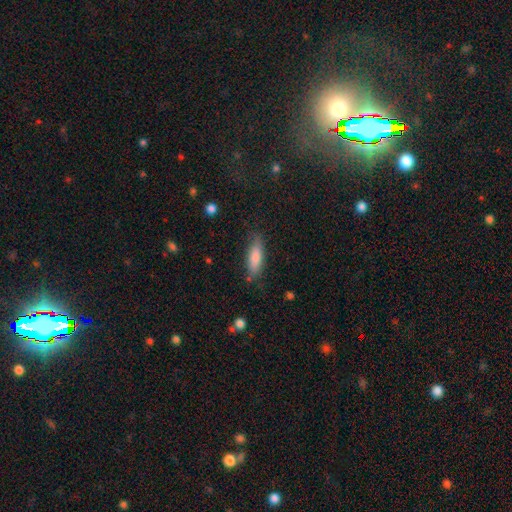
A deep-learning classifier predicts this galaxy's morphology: smooth-or-featured: smooth: 79% | featured or disk: 14% | star or artifact: 7%
  how-rounded: cigar-shaped: 50% | in between: 48% | round: 2%
  merging: none: 77% | minor disturbance: 17% | major disturbance: 4% | merger: 2%